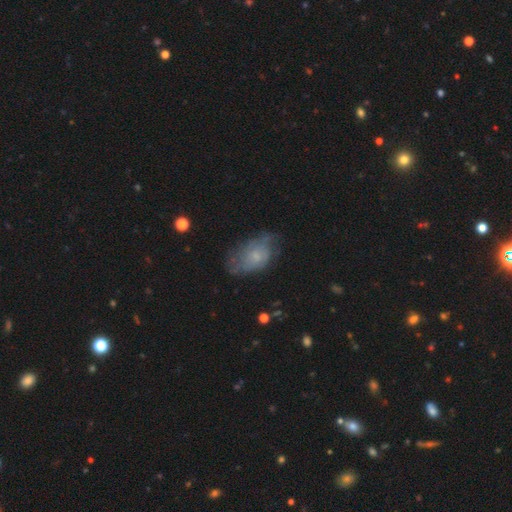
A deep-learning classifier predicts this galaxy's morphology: Smooth or featured? Predicted: smooth (p=0.51). How rounded? Predicted: in between (p=0.89). Merging? Predicted: none (p=0.55).